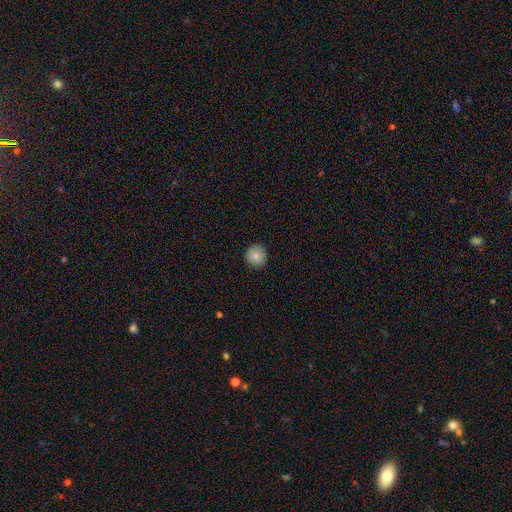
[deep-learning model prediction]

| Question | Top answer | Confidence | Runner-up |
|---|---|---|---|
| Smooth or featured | smooth | 85% | star or artifact (9%) |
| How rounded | round | 94% | in between (5%) |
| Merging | none | 90% | minor disturbance (7%) |